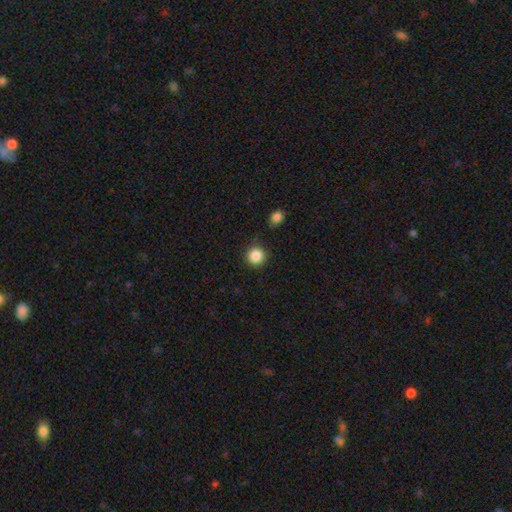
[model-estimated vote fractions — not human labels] Q: Smooth or featured?
A: smooth (87%); runner-up: star or artifact (10%)
Q: How rounded?
A: round (95%); runner-up: in between (4%)
Q: Merging?
A: none (87%); runner-up: minor disturbance (8%)